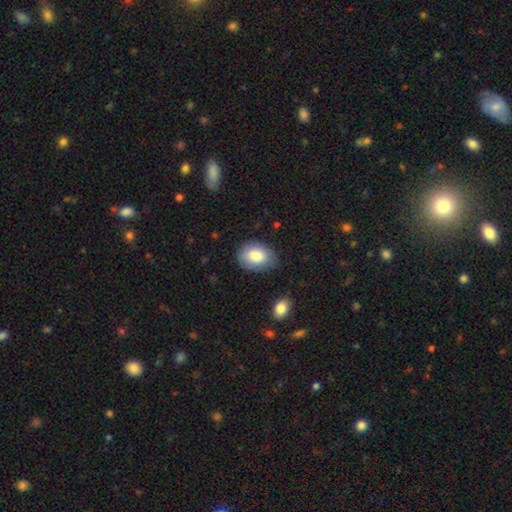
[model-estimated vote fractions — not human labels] Smooth or featured: smooth — 82% (featured or disk — 11%)
How rounded: in between — 77% (round — 22%)
Merging: none — 76% (minor disturbance — 19%)